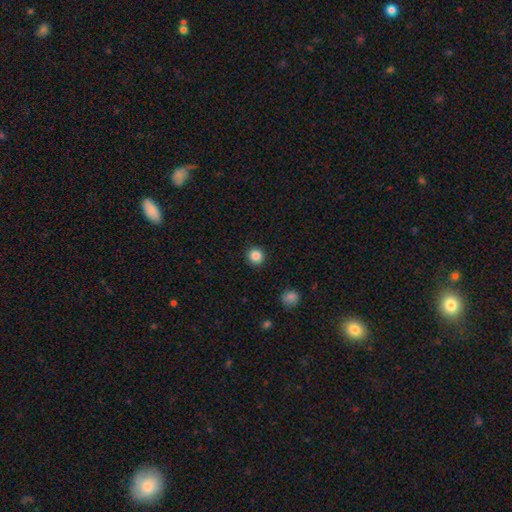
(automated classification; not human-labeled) smooth 86%, star or artifact 11%, featured or disk 3%. Down the decision tree: how rounded — round (95%); merging — none (92%).